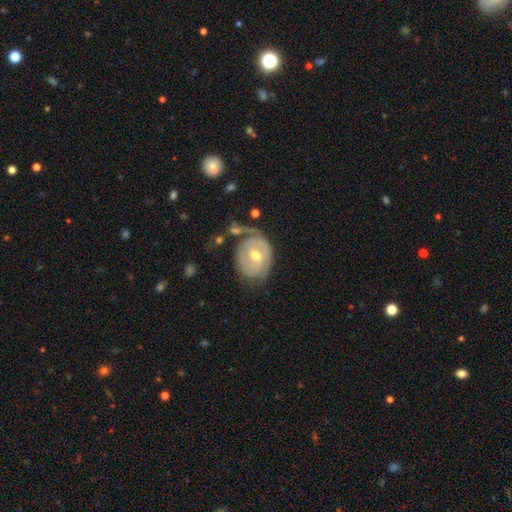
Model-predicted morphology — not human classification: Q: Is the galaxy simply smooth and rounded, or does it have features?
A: featured or disk — 67%.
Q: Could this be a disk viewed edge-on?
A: no — 96%.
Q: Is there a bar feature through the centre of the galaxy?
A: no — 58%.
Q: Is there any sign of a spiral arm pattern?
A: yes — 68%.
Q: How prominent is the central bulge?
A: moderate — 72%.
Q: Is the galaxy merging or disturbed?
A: none — 51%.